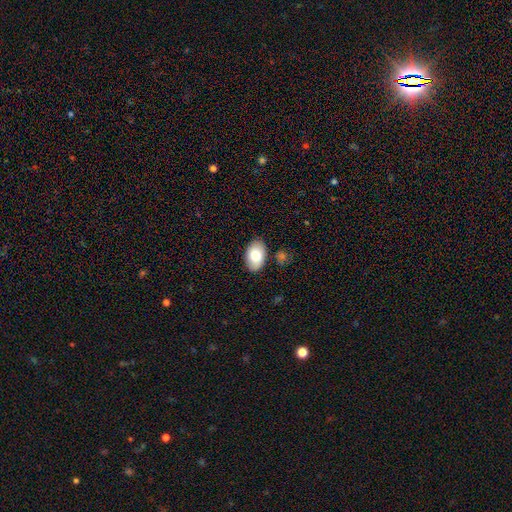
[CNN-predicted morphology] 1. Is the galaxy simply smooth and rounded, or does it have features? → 79% smooth, 14% featured or disk, 7% star or artifact.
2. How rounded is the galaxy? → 92% in between, 7% round, 1% cigar-shaped.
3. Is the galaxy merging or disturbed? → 84% none, 11% minor disturbance, 3% merger, 2% major disturbance.